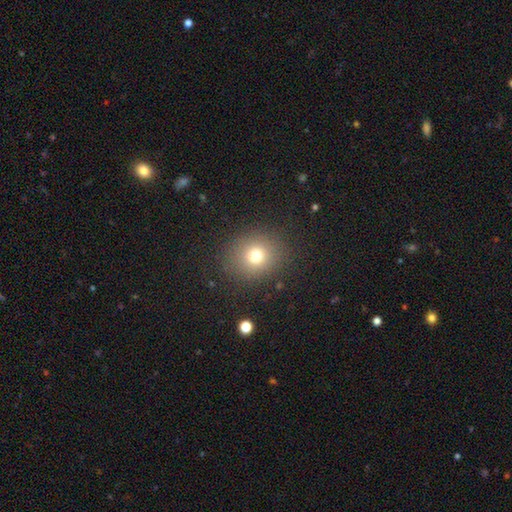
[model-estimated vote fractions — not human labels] A smooth galaxy with no disk features (74%) that is round (81%).

Vote fractions:
- Smooth or featured? smooth: 74% / star or artifact: 16% / featured or disk: 10%
- How rounded? round: 81% / in between: 19% / cigar-shaped: 1%
- Merging? none: 87% / minor disturbance: 8% / major disturbance: 4% / merger: 1%